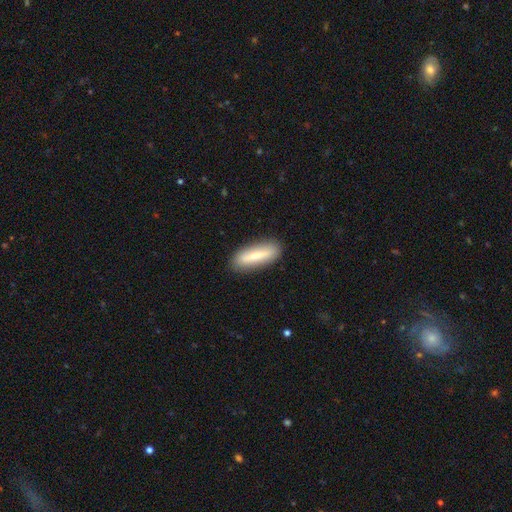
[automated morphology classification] This is likely a smooth galaxy (69%). How rounded: possibly cigar-shaped (54%). Merging: clearly none (86%).